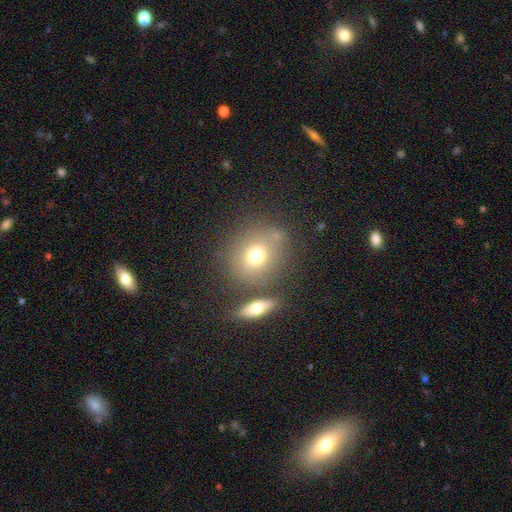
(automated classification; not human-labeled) Q: Smooth or featured?
A: smooth (72%); runner-up: featured or disk (16%)
Q: How rounded?
A: round (72%); runner-up: in between (26%)
Q: Merging?
A: none (68%); runner-up: merger (14%)